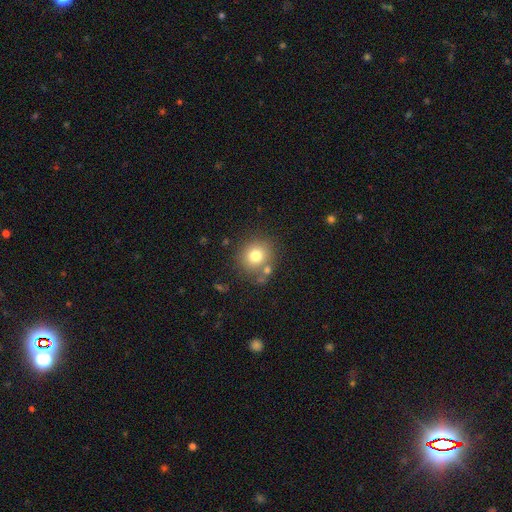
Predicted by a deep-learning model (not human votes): Q: Smooth or featured?
A: smooth (77%); runner-up: star or artifact (11%)
Q: How rounded?
A: round (86%); runner-up: in between (13%)
Q: Merging?
A: none (71%); runner-up: minor disturbance (12%)